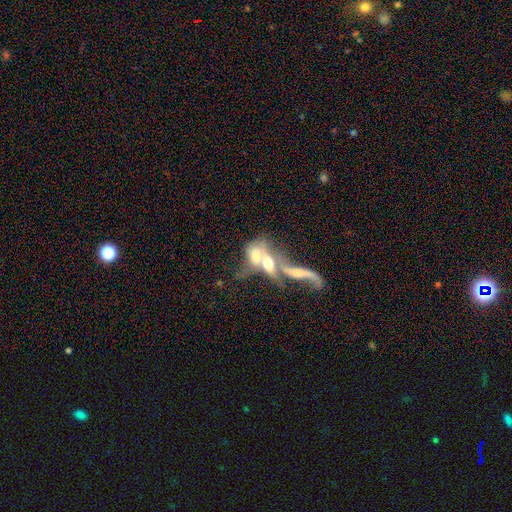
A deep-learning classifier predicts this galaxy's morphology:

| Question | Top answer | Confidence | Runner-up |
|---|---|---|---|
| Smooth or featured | featured or disk | 52% | smooth (38%) |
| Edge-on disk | no | 82% | yes (18%) |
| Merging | merger | 79% | major disturbance (10%) |